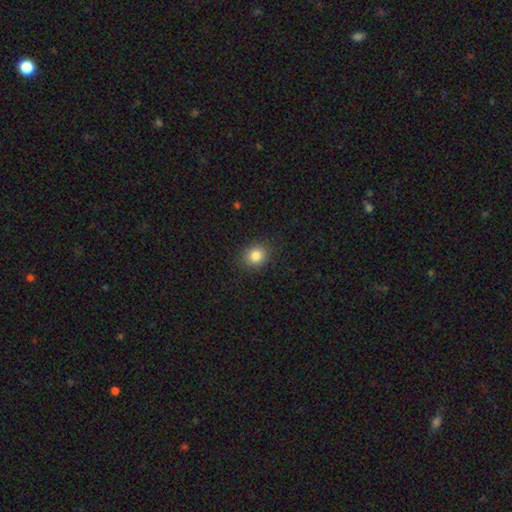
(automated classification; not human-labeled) Smooth or featured?
  - smooth: 84% *
  - star or artifact: 11%
  - featured or disk: 6%
How rounded?
  - round: 73% *
  - in between: 26%
  - cigar-shaped: 1%
Merging?
  - none: 89% *
  - minor disturbance: 8%
  - major disturbance: 3%
  - merger: 1%